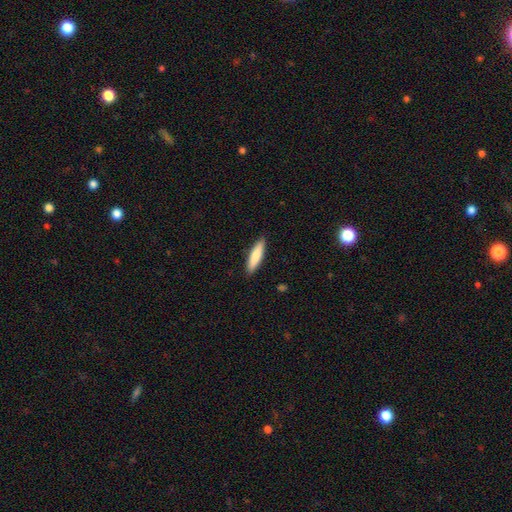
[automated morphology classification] Smooth or featured: smooth — 80% (featured or disk — 15%)
How rounded: cigar-shaped — 73% (in between — 25%)
Merging: none — 89% (minor disturbance — 8%)